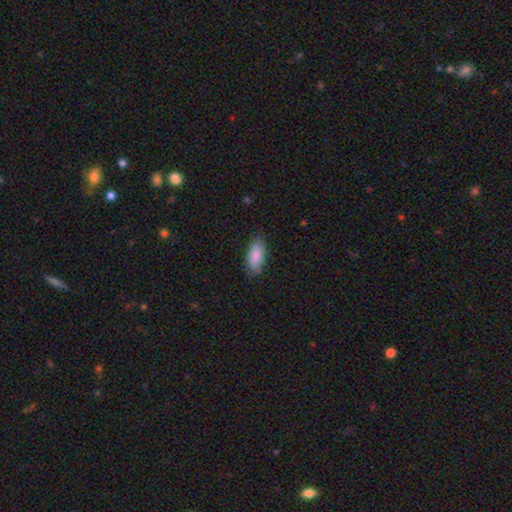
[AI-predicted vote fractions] This appears to be a smooth galaxy with no disk features (86%) that is in between round and cigar-shaped (88%). Merging: none (82%).